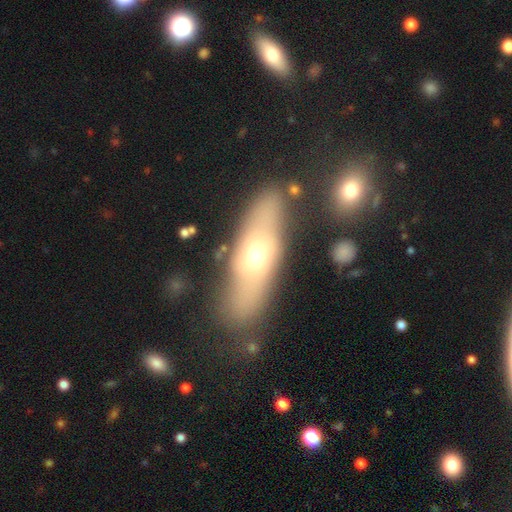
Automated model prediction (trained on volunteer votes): Smooth or featured? Predicted: smooth (p=0.47). Merging? Predicted: none (p=0.79).